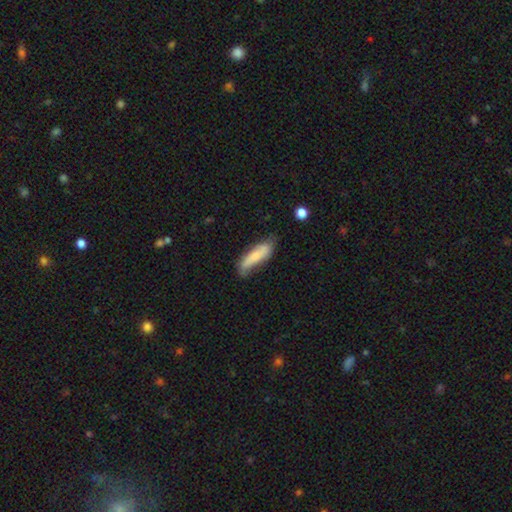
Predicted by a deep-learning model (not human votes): A smooth galaxy with no disk features (62%) that is cigar-shaped (54%).

Vote fractions:
- Smooth or featured? smooth: 62% / featured or disk: 32% / star or artifact: 6%
- How rounded? cigar-shaped: 54% / in between: 44% / round: 2%
- Merging? none: 60% / minor disturbance: 30% / major disturbance: 7% / merger: 3%